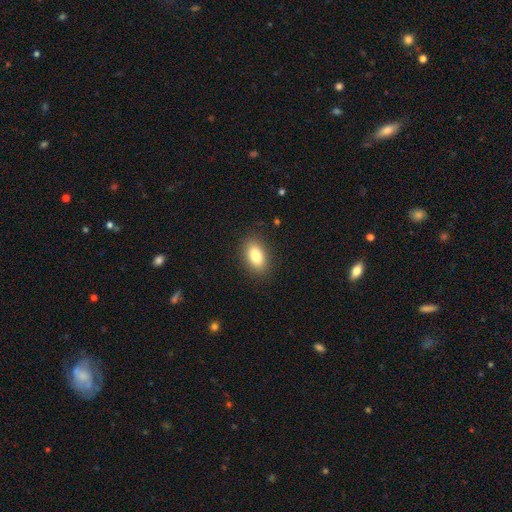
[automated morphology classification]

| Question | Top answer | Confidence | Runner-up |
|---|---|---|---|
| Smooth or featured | smooth | 84% | featured or disk (8%) |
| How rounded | in between | 90% | round (6%) |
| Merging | none | 87% | minor disturbance (9%) |